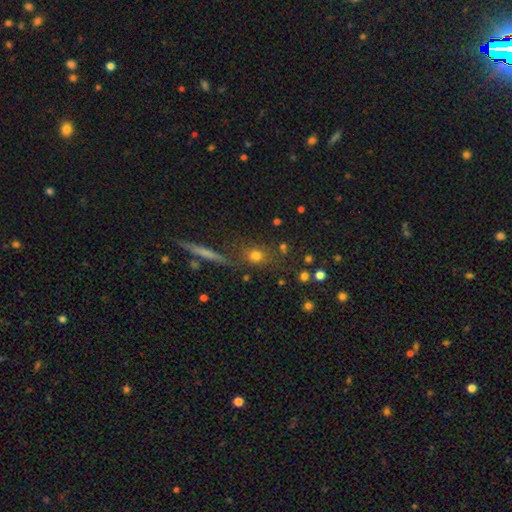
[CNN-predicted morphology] type=smooth (73%); roundness=round (68%); merging=none (73%).